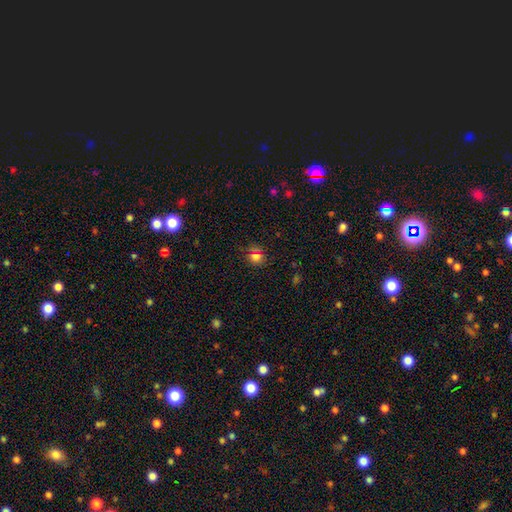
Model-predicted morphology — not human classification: Smooth or featured? Predicted: smooth (p=0.67). How rounded? Predicted: round (p=0.80). Merging? Predicted: none (p=0.85).